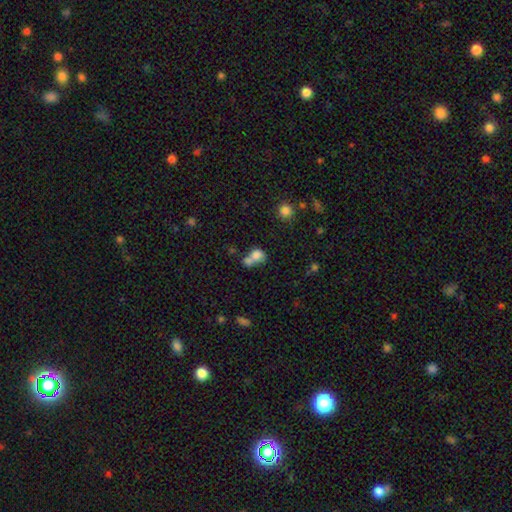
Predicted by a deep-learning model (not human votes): Morphology: type=smooth (75%); roundness=round (55%); merging=merger (64%).